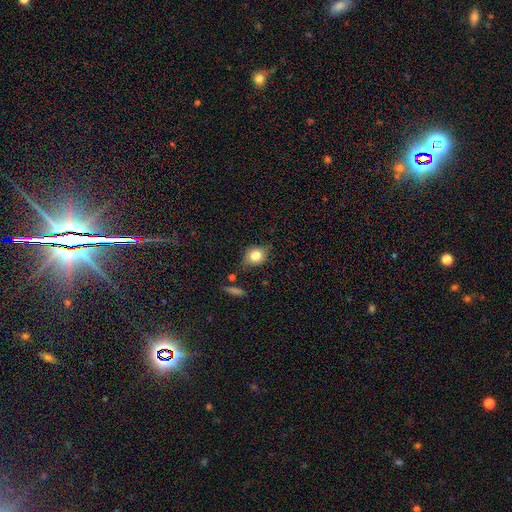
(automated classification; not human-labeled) A smooth galaxy with no disk features (79%) that is round (61%). Merging: none (72%).